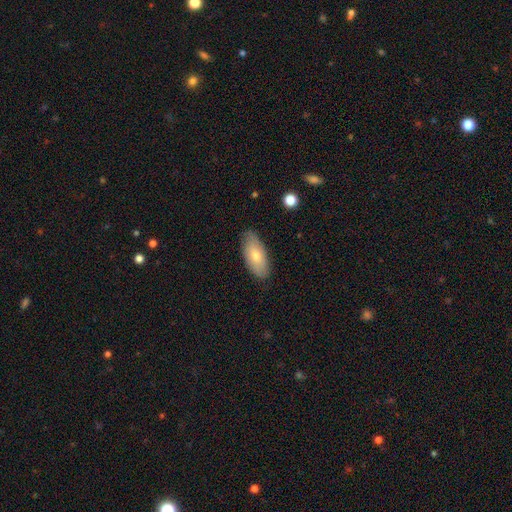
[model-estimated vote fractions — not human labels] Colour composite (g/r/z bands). It shows a smooth galaxy with no disk features (64%) that is in between round and cigar-shaped (88%). Merging: none (83%).